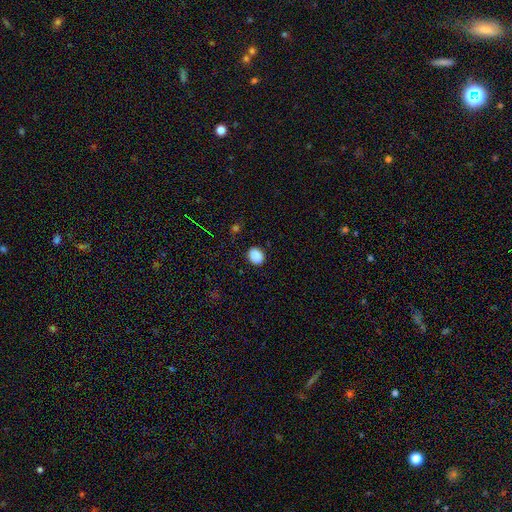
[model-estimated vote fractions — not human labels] This appears to be a smooth galaxy with no disk features (88%) that is round (57%). Merging: none (89%).